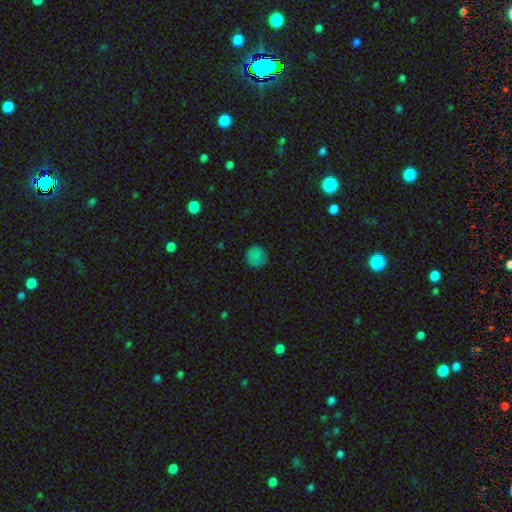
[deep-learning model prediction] Q: Smooth or featured?
A: smooth (82%); runner-up: star or artifact (14%)
Q: How rounded?
A: round (93%); runner-up: in between (6%)
Q: Merging?
A: none (88%); runner-up: minor disturbance (9%)